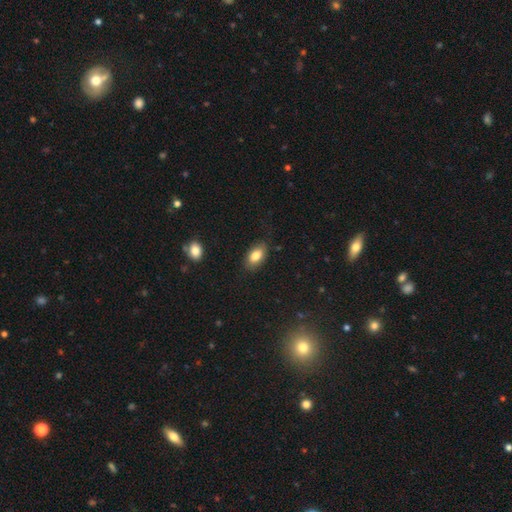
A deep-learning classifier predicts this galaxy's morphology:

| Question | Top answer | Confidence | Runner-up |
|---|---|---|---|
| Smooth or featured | smooth | 83% | featured or disk (10%) |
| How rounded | in between | 91% | round (6%) |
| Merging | none | 82% | minor disturbance (14%) |